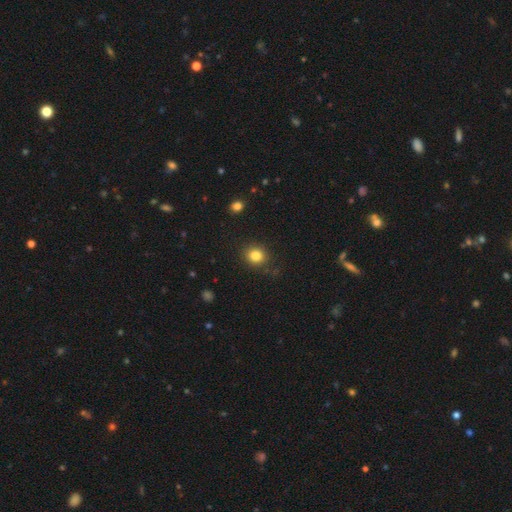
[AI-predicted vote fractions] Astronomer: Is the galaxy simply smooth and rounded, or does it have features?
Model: smooth — 83%.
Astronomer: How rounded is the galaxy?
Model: round — 80%.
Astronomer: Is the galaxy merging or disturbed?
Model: none — 87%.